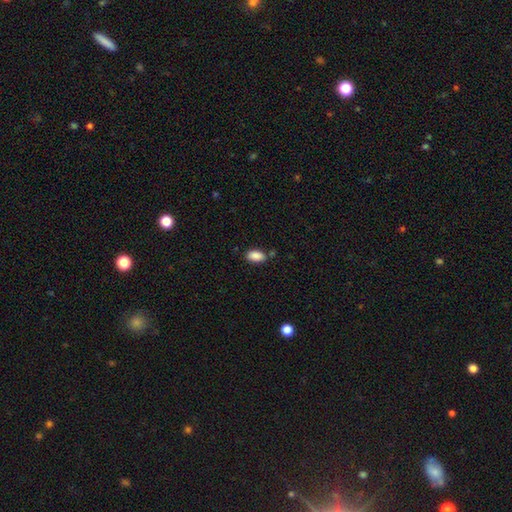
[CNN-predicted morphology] This is clearly a smooth galaxy (89%). How rounded: clearly in between (93%). Merging: likely none (76%).